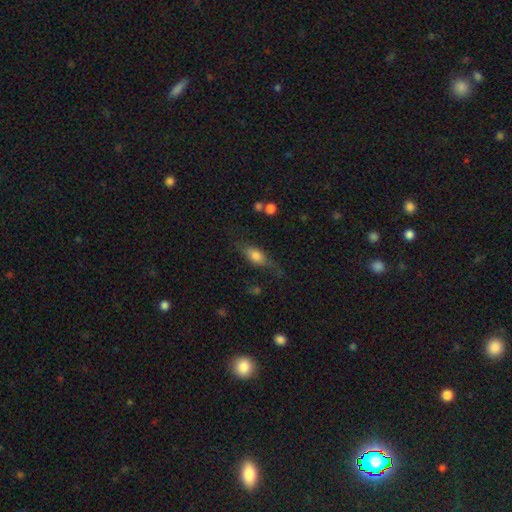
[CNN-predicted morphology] Smooth or featured: smooth — 63% (featured or disk — 29%)
How rounded: in between — 71% (cigar-shaped — 23%)
Merging: none — 54% (minor disturbance — 26%)